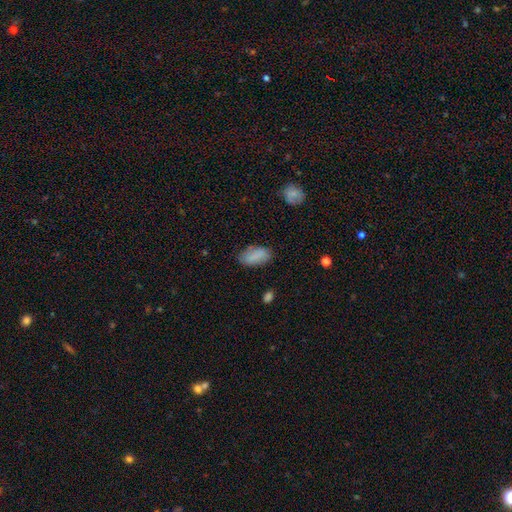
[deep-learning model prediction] Overall: smooth (84%). How rounded: in between (92%). Merging: none (76%).